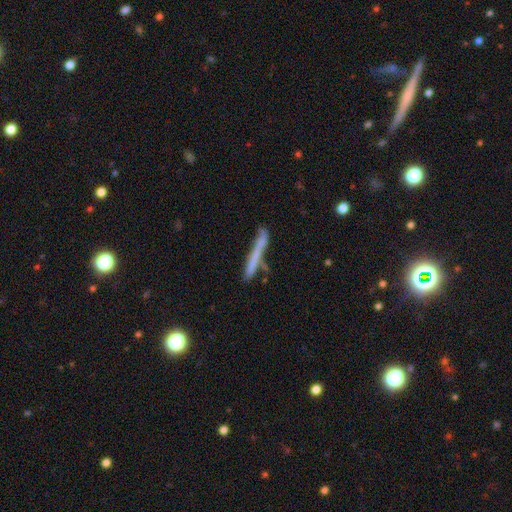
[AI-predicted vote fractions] This is possibly a smooth galaxy (55%). How rounded: clearly cigar-shaped (95%). Merging: likely none (68%).